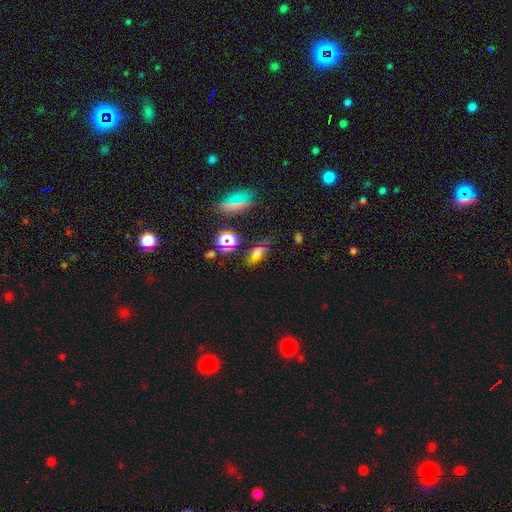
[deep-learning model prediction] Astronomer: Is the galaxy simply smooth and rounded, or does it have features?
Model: smooth — 56%.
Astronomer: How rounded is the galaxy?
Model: in between — 77%.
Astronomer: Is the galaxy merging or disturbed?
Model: none — 72%.